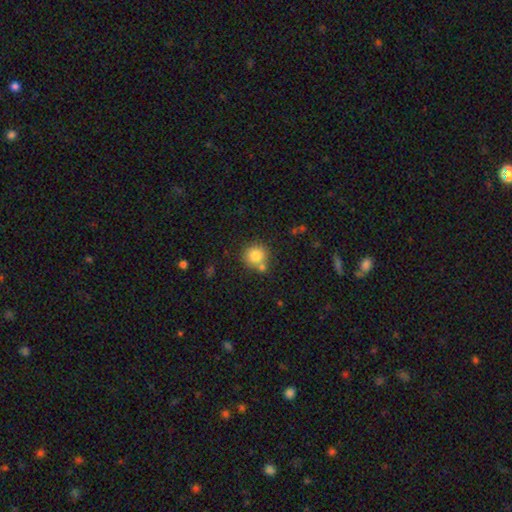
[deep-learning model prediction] The model was most divided on "merging": none: 67%, merger: 18%, minor disturbance: 11%, major disturbance: 3%. More confident: how rounded — round (91%); smooth or featured — smooth (82%).